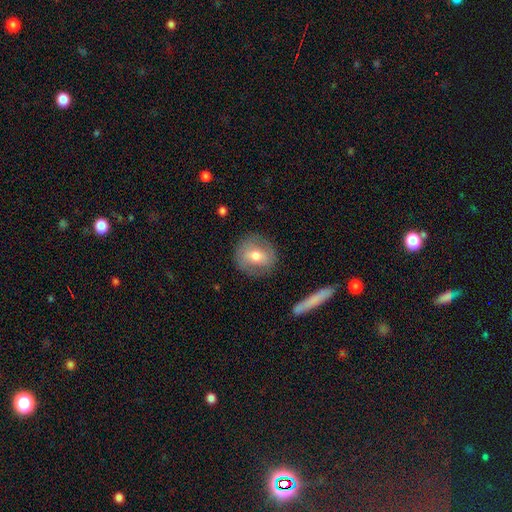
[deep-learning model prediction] A smooth galaxy with no disk features (55%) that is round (82%).

Vote fractions:
- Smooth or featured? smooth: 55% / featured or disk: 38% / star or artifact: 7%
- How rounded? round: 82% / in between: 16% / cigar-shaped: 2%
- Merging? none: 83% / minor disturbance: 12% / major disturbance: 4% / merger: 2%